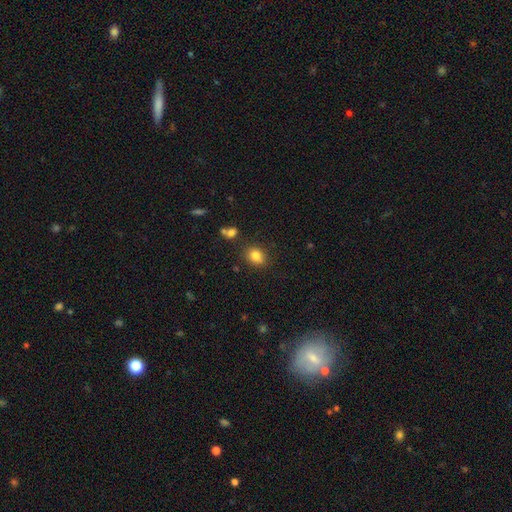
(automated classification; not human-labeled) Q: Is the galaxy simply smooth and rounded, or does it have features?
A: smooth — 82%.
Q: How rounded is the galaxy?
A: round — 53%.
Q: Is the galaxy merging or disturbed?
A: none — 77%.